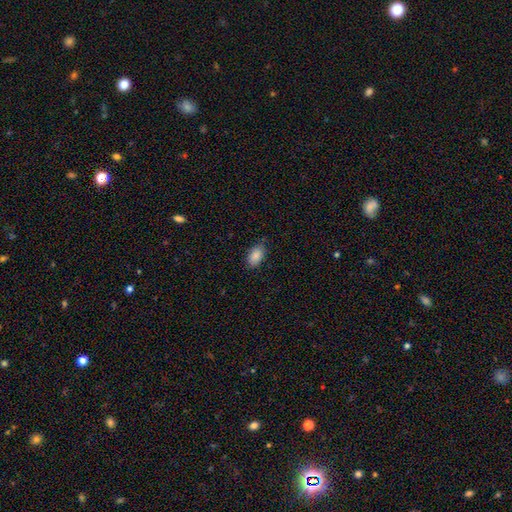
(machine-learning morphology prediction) This appears to be a smooth galaxy with no disk features (88%) that is in between round and cigar-shaped (92%). Merging: none (79%).